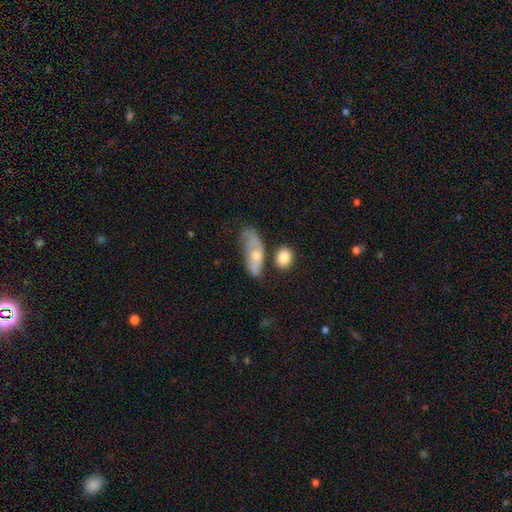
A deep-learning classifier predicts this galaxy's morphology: Q: Smooth or featured?
A: smooth (52%); runner-up: featured or disk (40%)
Q: How rounded?
A: in between (72%); runner-up: cigar-shaped (21%)
Q: Merging?
A: none (32%); runner-up: minor disturbance (30%)